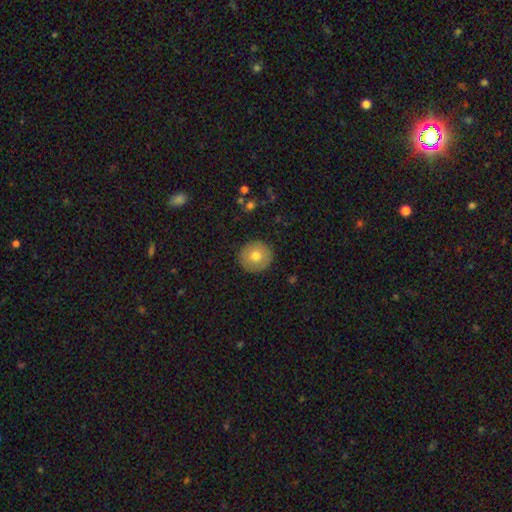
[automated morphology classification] Smooth or featured? smooth (72%)
How rounded? round (95%)
Merging? none (90%)